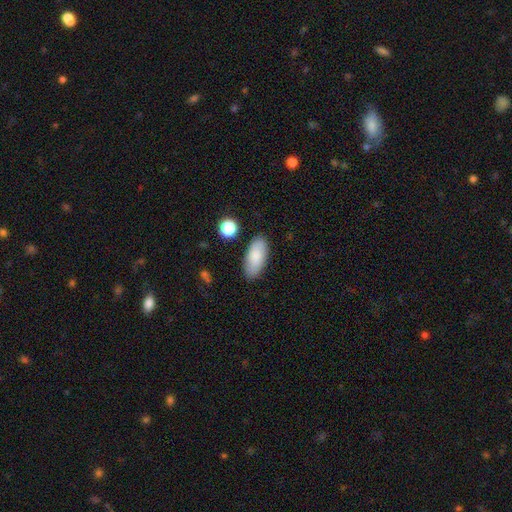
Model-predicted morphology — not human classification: This appears to be a smooth galaxy with no disk features (81%) that is in between round and cigar-shaped (89%). Merging: none (84%).